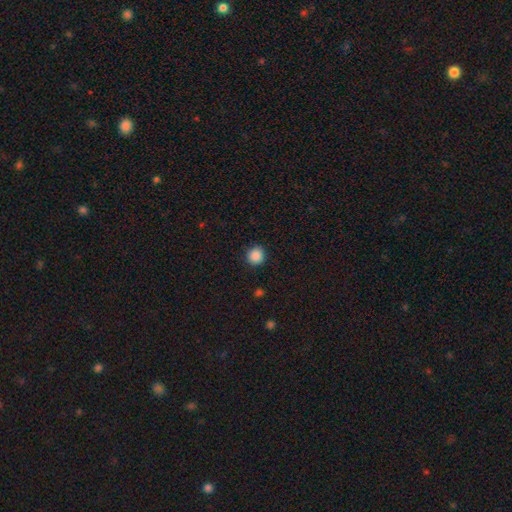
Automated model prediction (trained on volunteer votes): This is clearly a smooth galaxy (88%). How rounded: clearly round (92%). Merging: clearly none (91%).